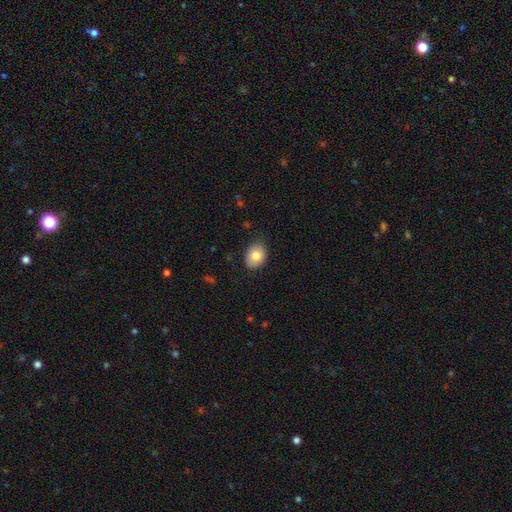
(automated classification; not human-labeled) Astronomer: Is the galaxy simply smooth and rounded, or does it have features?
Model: smooth — 82%.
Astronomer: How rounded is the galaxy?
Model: in between — 68%.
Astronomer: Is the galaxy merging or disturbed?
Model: none — 83%.